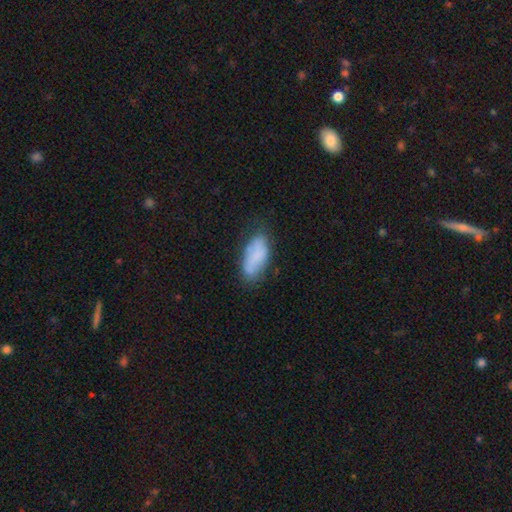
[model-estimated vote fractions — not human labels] Smooth or featured? smooth (73%)
How rounded? in between (87%)
Merging? none (60%)